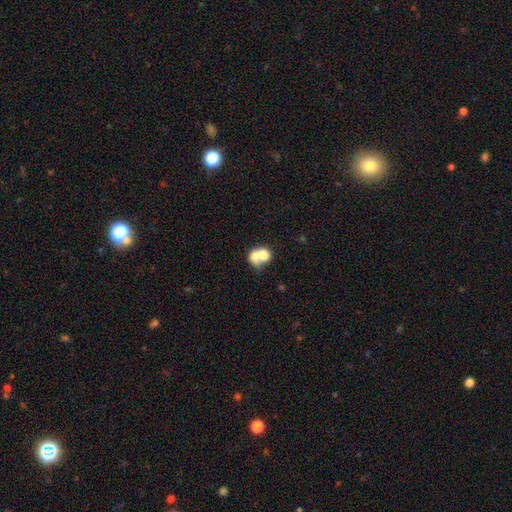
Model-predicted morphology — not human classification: Q: Smooth or featured?
A: smooth (66%); runner-up: featured or disk (26%)
Q: How rounded?
A: round (53%); runner-up: in between (46%)
Q: Merging?
A: merger (74%); runner-up: none (14%)